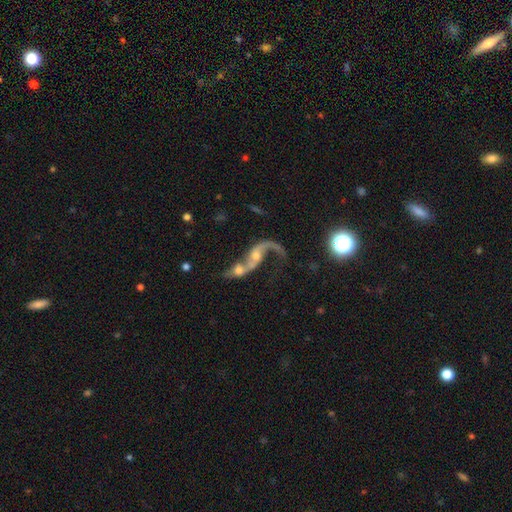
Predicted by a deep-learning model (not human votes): smooth_or_featured: featured or disk (p=0.76) [alt: smooth p=0.13]
disk_edge_on: no (p=0.93) [alt: yes p=0.07]
bar: no (p=0.62) [alt: weak p=0.28]
has_spiral_arms: yes (p=0.82) [alt: no p=0.18]
spiral_winding: loose (p=0.88) [alt: medium p=0.09]
spiral_arm_count: 2 (p=0.61) [alt: 1 p=0.32]
bulge_size: small (p=0.40) [tied with: moderate p=0.40]
merging: merger (p=0.66) [alt: none p=0.16]